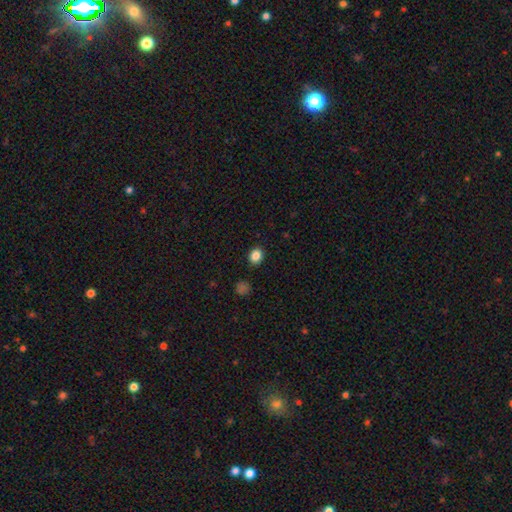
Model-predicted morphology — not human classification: Smooth or featured? smooth (85%)
How rounded? round (60%)
Merging? none (90%)